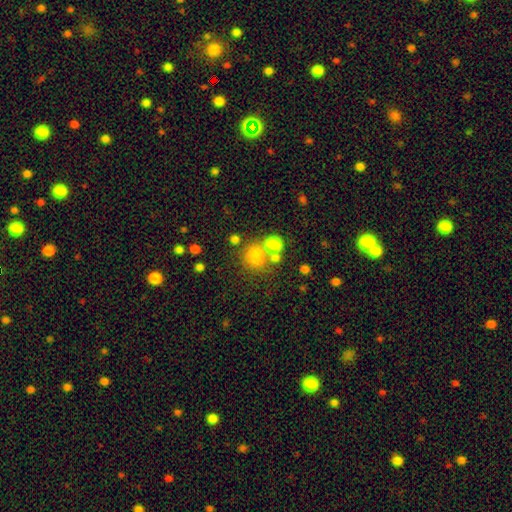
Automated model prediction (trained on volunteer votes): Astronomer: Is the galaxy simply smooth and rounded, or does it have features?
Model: smooth — 73%.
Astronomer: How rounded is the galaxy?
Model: round — 69%.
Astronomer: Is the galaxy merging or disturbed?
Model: none — 53% (runner-up: merger, 28%).